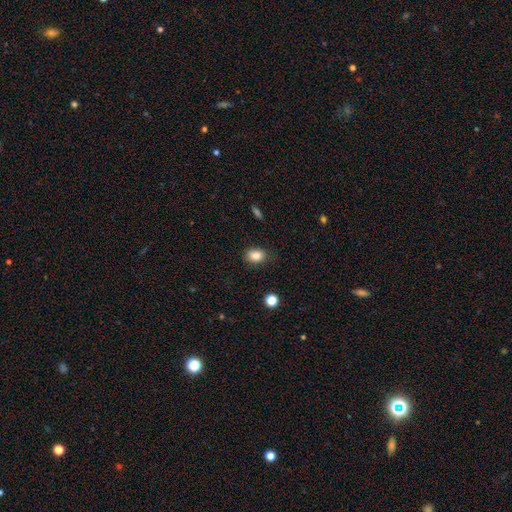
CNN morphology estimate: A smooth galaxy with no disk features (85%) that is in between round and cigar-shaped (70%). Merging: none (81%).